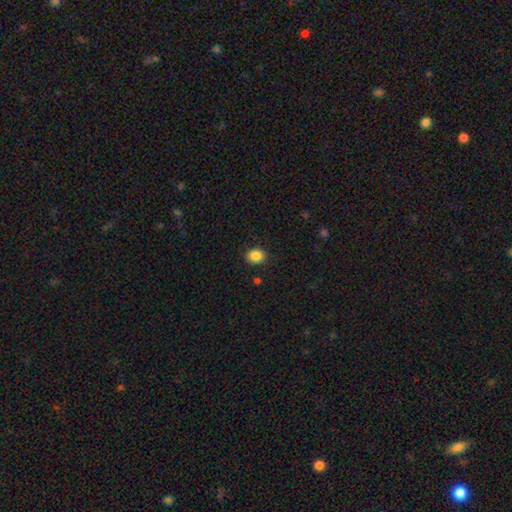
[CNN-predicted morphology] Smooth or featured? smooth (87%)
How rounded? round (56%)
Merging? none (89%)